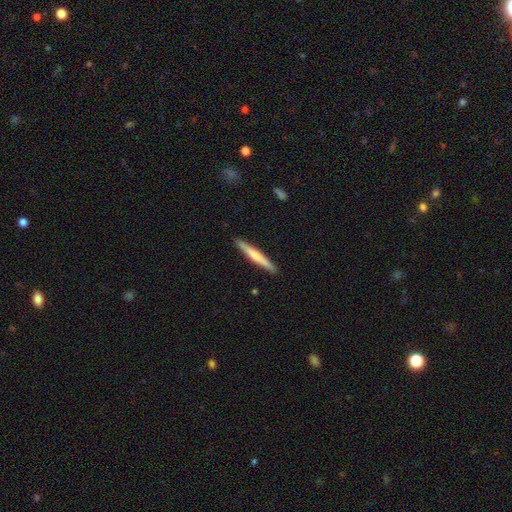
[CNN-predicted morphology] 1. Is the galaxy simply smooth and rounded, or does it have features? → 58% smooth, 37% featured or disk, 5% star or artifact.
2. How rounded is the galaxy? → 96% cigar-shaped, 3% in between, 1% round.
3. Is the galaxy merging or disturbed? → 91% none, 6% minor disturbance, 1% major disturbance, 1% merger.